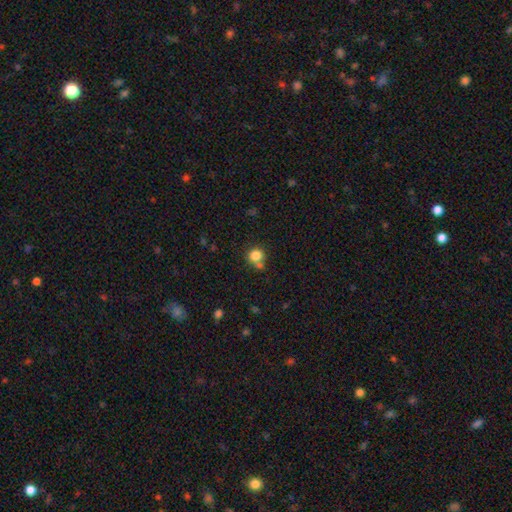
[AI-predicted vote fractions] A smooth galaxy with no disk features (82%) that is round (82%).

Vote fractions:
- Smooth or featured? smooth: 82% / star or artifact: 11% / featured or disk: 7%
- How rounded? round: 82% / in between: 17% / cigar-shaped: 1%
- Merging? none: 60% / merger: 23% / minor disturbance: 12% / major disturbance: 5%